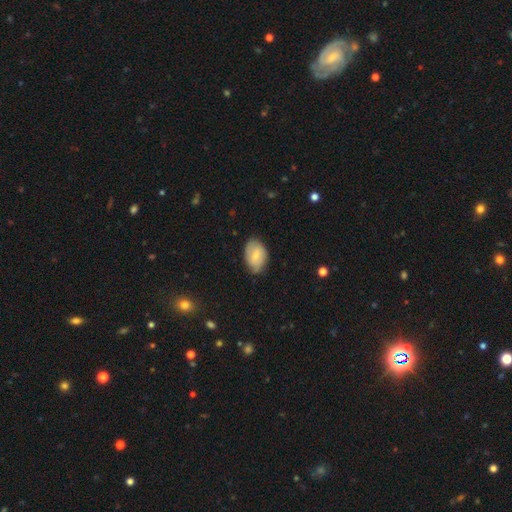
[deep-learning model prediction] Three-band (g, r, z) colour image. It shows a smooth galaxy with no disk features (61%) that is in between round and cigar-shaped (85%). Merging: none (68%).